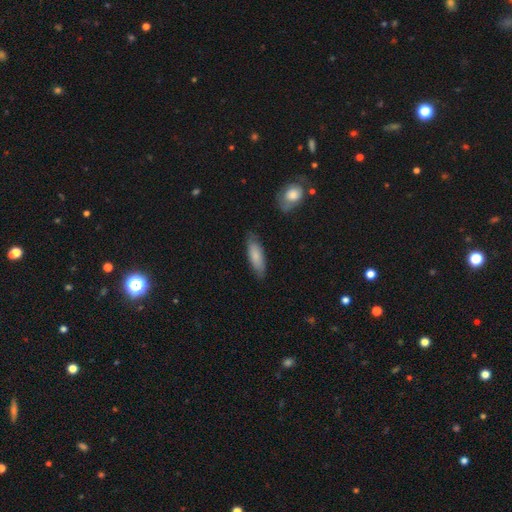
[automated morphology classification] This appears to be a smooth galaxy with no disk features (80%) that is in between round and cigar-shaped (54%). Merging: none (80%).